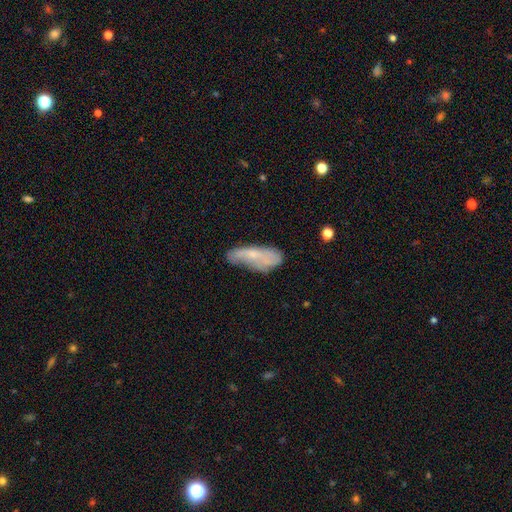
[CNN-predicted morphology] Overall: smooth (53%; featured or disk 38%). How rounded: in between (61%; cigar-shaped 37%). Merging: none (50%; minor disturbance 31%).